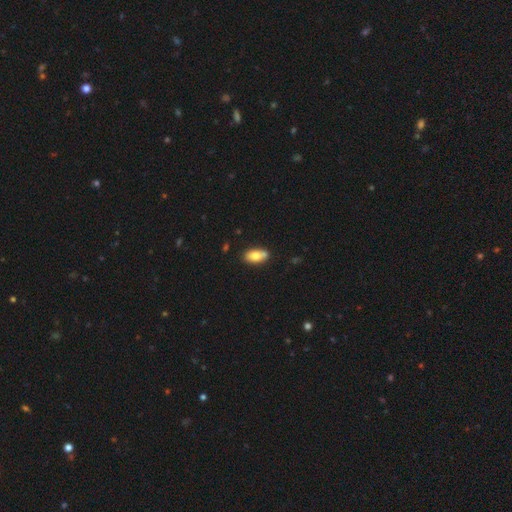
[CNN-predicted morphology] Q: Smooth or featured?
A: smooth (75%); runner-up: featured or disk (18%)
Q: How rounded?
A: in between (89%); runner-up: cigar-shaped (6%)
Q: Merging?
A: none (66%); runner-up: minor disturbance (16%)